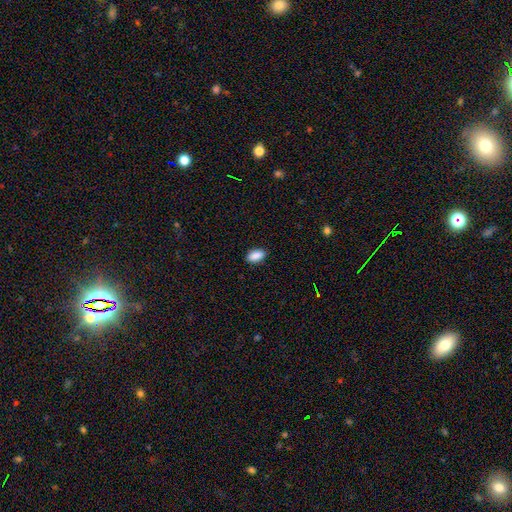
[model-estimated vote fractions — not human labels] smooth_or_featured: smooth (p=0.89) [alt: star or artifact p=0.07]
how_rounded: in between (p=0.91) [alt: cigar-shaped p=0.05]
merging: none (p=0.88) [alt: minor disturbance p=0.09]